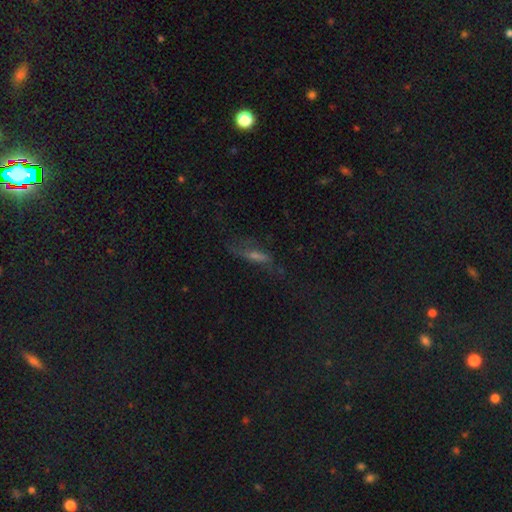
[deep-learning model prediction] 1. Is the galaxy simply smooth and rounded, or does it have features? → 42% featured or disk, 35% smooth, 23% star or artifact.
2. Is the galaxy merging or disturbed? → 53% none, 22% minor disturbance, 22% major disturbance, 3% merger.